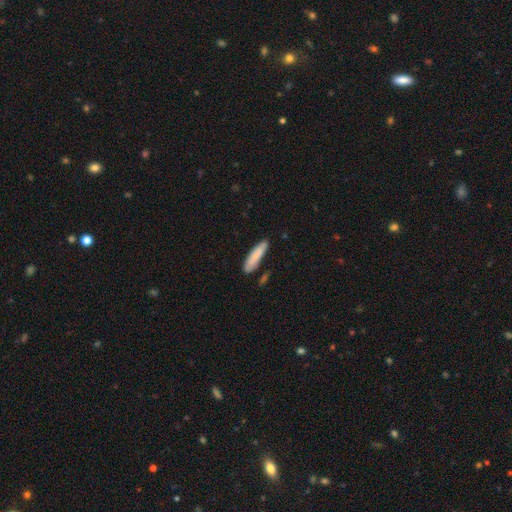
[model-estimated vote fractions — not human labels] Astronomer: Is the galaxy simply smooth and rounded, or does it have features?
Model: smooth — 81%.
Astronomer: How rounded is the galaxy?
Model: cigar-shaped — 68%.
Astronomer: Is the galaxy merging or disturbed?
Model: none — 75%.